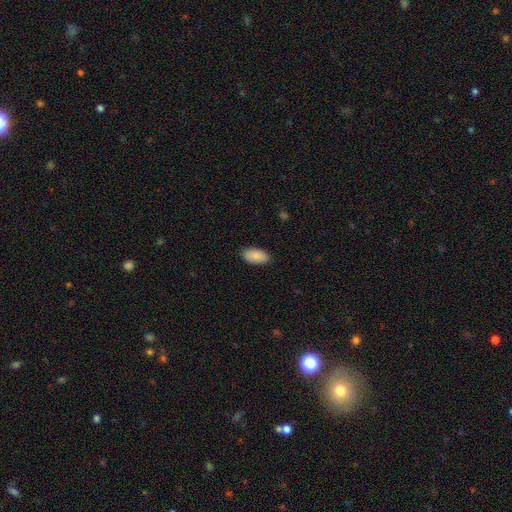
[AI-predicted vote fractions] Smooth or featured? smooth (89%)
How rounded? in between (95%)
Merging? none (89%)